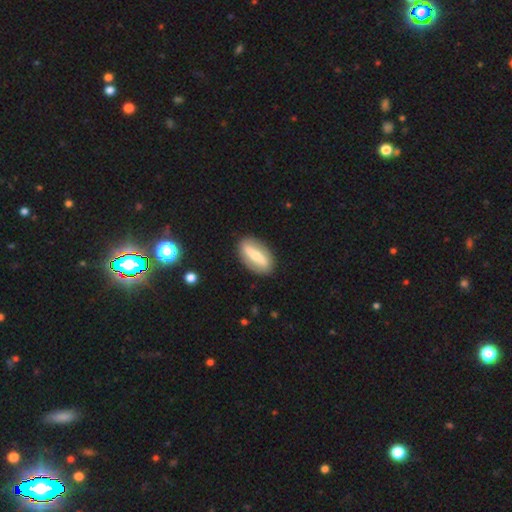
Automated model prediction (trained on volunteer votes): smooth_or_featured: featured or disk (p=0.50) [alt: smooth p=0.44]
disk_edge_on: no (p=0.71) [alt: yes p=0.29]
merging: none (p=0.87) [alt: minor disturbance p=0.09]